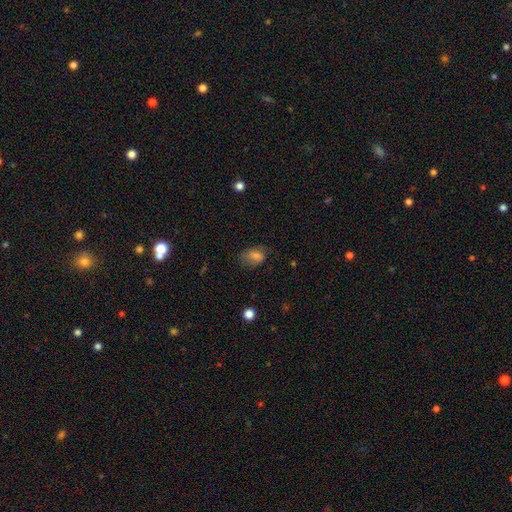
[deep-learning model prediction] smooth_or_featured: smooth (p=0.71) [alt: featured or disk p=0.16]
how_rounded: in between (p=0.81) [alt: round p=0.17]
merging: none (p=0.57) [alt: minor disturbance p=0.27]